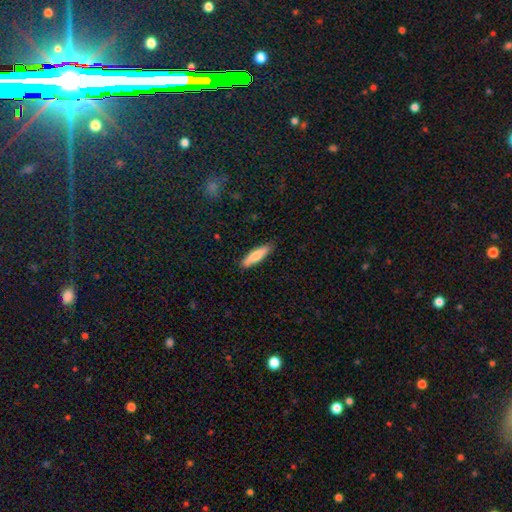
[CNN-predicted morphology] type=smooth (76%); roundness=cigar-shaped (71%); merging=none (86%).